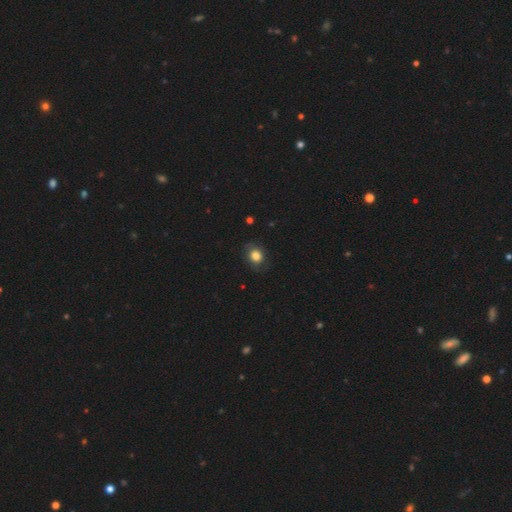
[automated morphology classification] This is likely a smooth galaxy (79%). How rounded: possibly round (58%). Merging: likely none (76%).